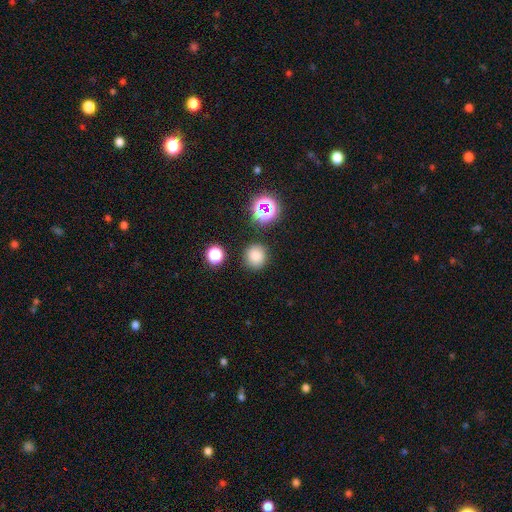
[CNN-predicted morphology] Q: Smooth or featured?
A: smooth (78%); runner-up: star or artifact (16%)
Q: How rounded?
A: round (90%); runner-up: in between (9%)
Q: Merging?
A: none (86%); runner-up: minor disturbance (8%)